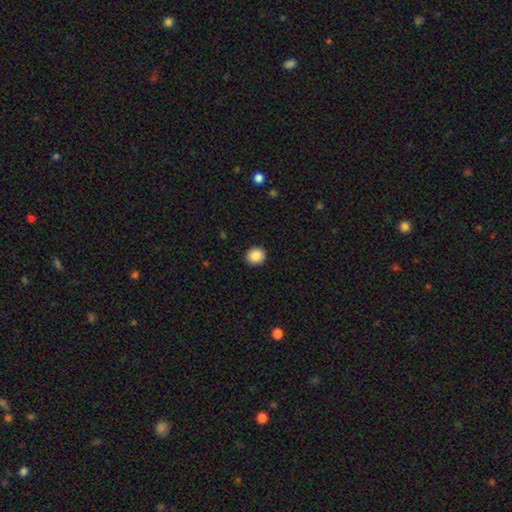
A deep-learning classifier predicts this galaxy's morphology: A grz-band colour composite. It shows a smooth galaxy with no disk features (88%) that is round (89%). Merging: none (92%).